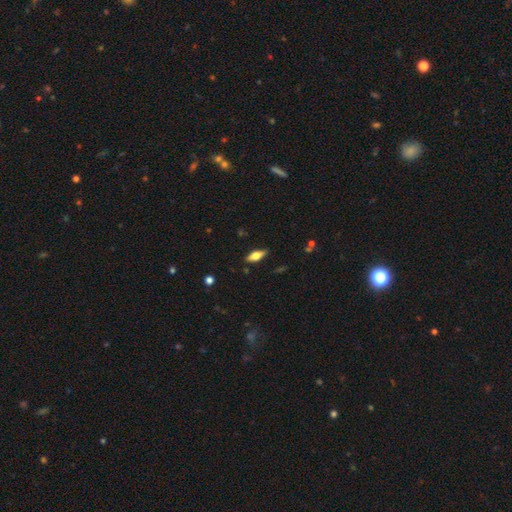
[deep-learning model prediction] A smooth galaxy with no disk features (52%) that is in between round and cigar-shaped (70%).

Vote fractions:
- Smooth or featured? smooth: 52% / featured or disk: 41% / star or artifact: 8%
- How rounded? in between: 70% / cigar-shaped: 26% / round: 3%
- Merging? none: 85% / minor disturbance: 11% / major disturbance: 2% / merger: 1%